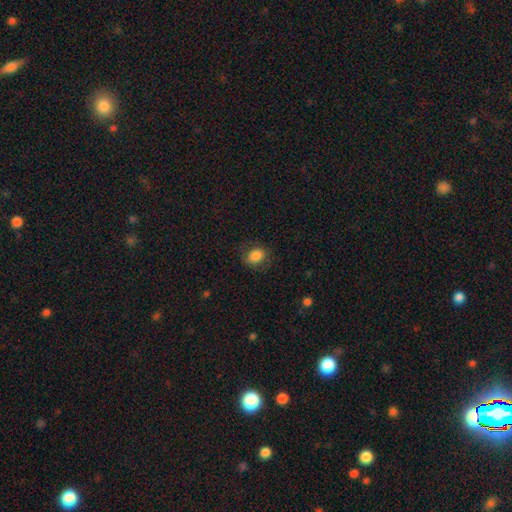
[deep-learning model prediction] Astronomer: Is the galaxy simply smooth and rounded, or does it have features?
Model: smooth — 83%.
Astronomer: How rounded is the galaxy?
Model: in between — 51% (runner-up: round, 48%).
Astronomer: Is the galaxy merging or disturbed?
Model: none — 74%.